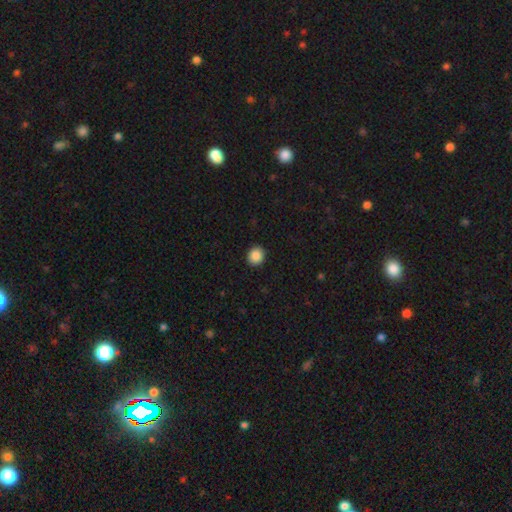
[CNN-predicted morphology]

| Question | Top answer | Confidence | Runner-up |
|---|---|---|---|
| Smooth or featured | smooth | 87% | star or artifact (9%) |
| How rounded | round | 86% | in between (13%) |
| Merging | none | 92% | minor disturbance (5%) |